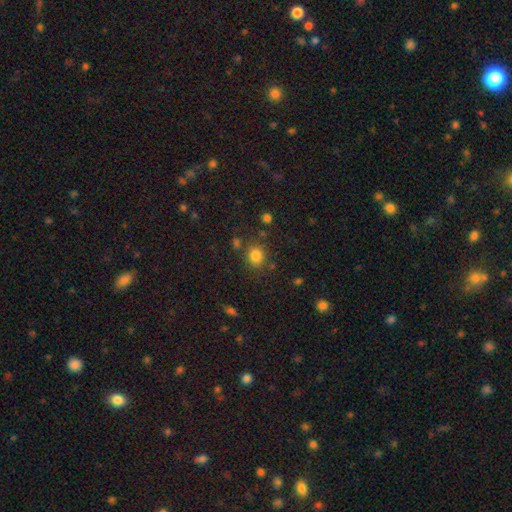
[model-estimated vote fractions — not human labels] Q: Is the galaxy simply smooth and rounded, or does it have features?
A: smooth — 81%.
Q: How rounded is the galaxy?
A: round — 76%.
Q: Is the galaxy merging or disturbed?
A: none — 78%.